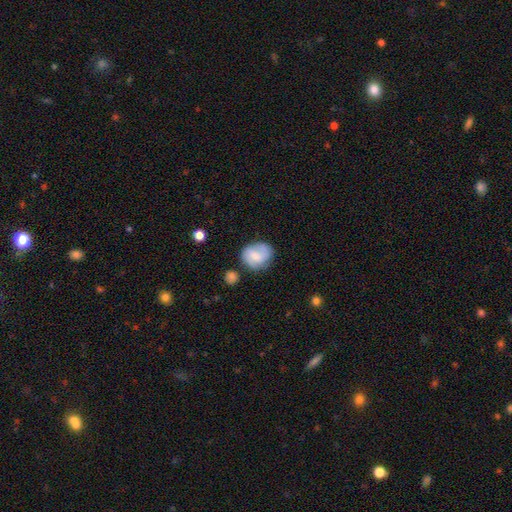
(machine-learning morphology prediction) A smooth galaxy with no disk features (58%) that is round (65%).

Vote fractions:
- Smooth or featured? smooth: 58% / featured or disk: 35% / star or artifact: 7%
- How rounded? round: 65% / in between: 34% / cigar-shaped: 1%
- Merging? none: 64% / minor disturbance: 23% / major disturbance: 7% / merger: 5%